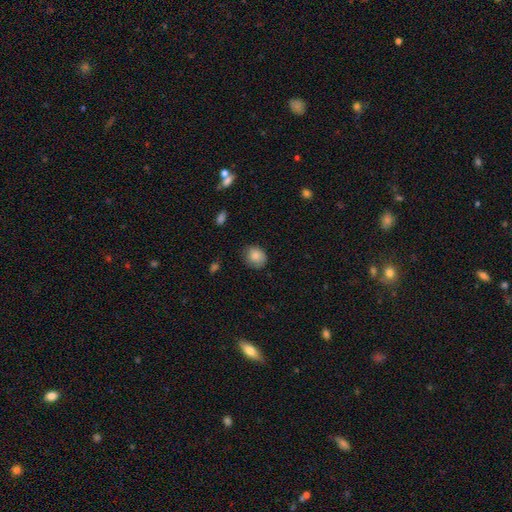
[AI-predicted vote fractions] Overall: smooth (85%). How rounded: round (65%; in between 35%). Merging: none (72%).